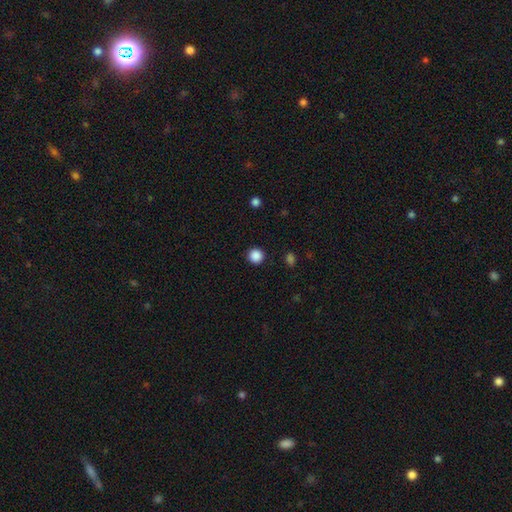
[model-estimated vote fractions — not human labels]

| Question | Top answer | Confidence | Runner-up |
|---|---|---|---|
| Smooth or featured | smooth | 87% | star or artifact (10%) |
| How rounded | round | 95% | in between (4%) |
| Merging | none | 92% | minor disturbance (5%) |